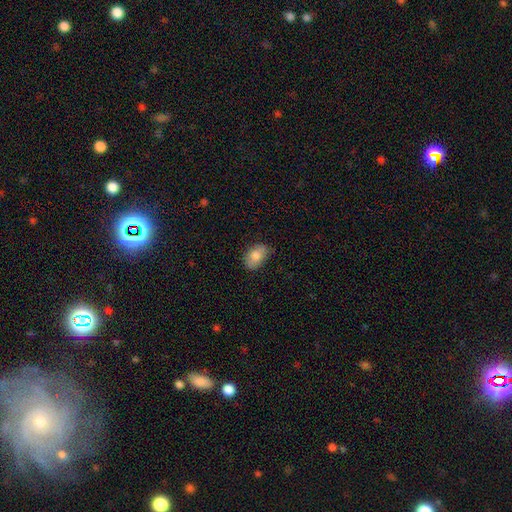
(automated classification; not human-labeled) A smooth galaxy with no disk features (80%) that is in between round and cigar-shaped (87%).

Vote fractions:
- Smooth or featured? smooth: 80% / featured or disk: 13% / star or artifact: 7%
- How rounded? in between: 87% / round: 12% / cigar-shaped: 1%
- Merging? none: 76% / minor disturbance: 20% / major disturbance: 3% / merger: 1%